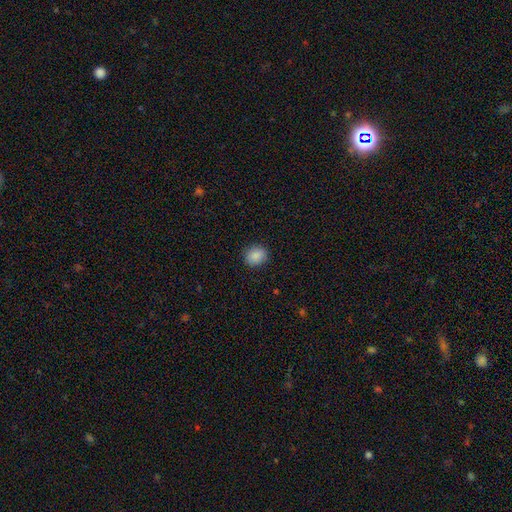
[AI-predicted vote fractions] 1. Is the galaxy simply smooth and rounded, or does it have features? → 89% smooth, 8% star or artifact, 3% featured or disk.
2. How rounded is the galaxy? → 68% round, 31% in between, 1% cigar-shaped.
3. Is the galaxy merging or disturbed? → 89% none, 7% minor disturbance, 2% major disturbance, 1% merger.